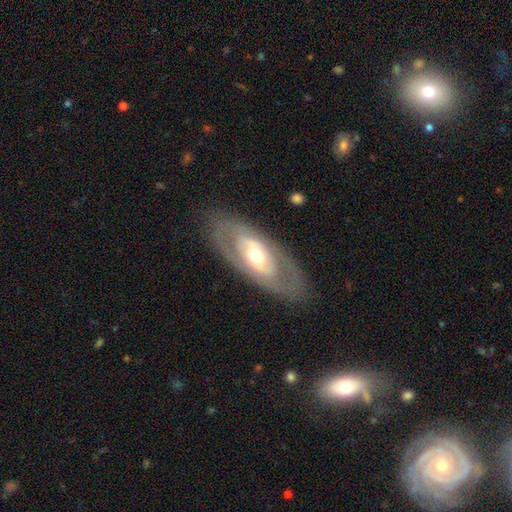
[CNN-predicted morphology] Smooth or featured: featured or disk — 70% (smooth — 25%)
Edge-on disk: no — 86% (yes — 14%)
Bar: no — 59% (weak — 25%)
Spiral arms: no — 68% (yes — 32%)
Bulge size: moderate — 64% (small — 24%)
Merging: none — 81% (minor disturbance — 11%)